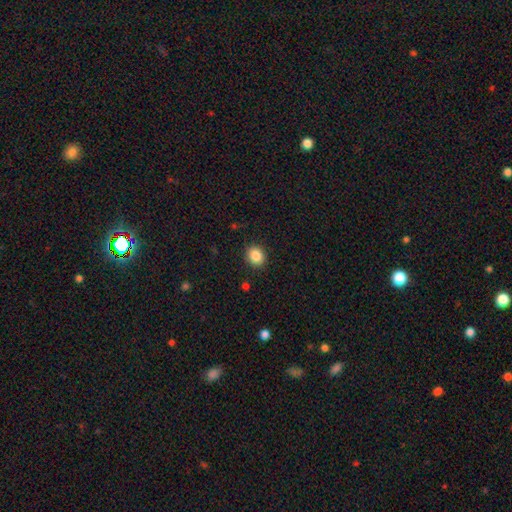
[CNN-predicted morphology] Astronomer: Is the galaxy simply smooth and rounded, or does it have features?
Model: smooth — 86%.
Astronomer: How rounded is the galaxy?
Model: round — 70%.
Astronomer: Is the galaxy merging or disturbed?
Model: none — 89%.